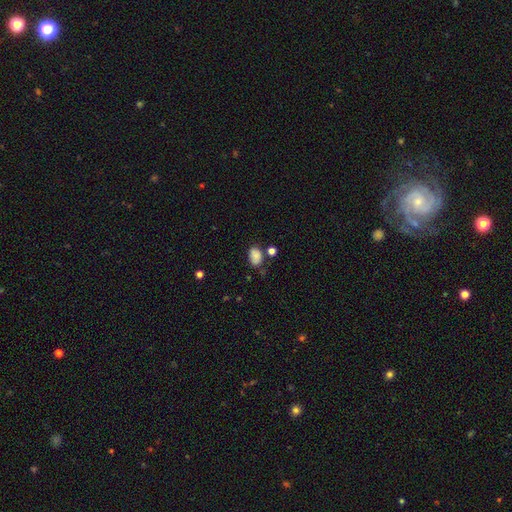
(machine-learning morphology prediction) Smooth or featured: smooth — 82% (star or artifact — 11%)
How rounded: in between — 83% (round — 16%)
Merging: none — 61% (minor disturbance — 23%)